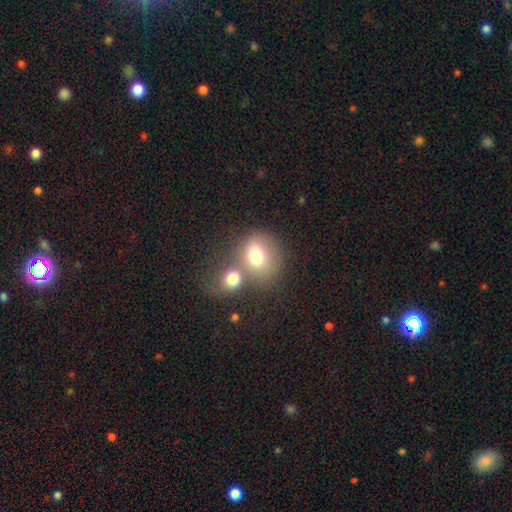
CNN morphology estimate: Smooth or featured? Predicted: smooth (p=0.73). How rounded? Predicted: round (p=0.68). Merging? Predicted: merger (p=0.45).